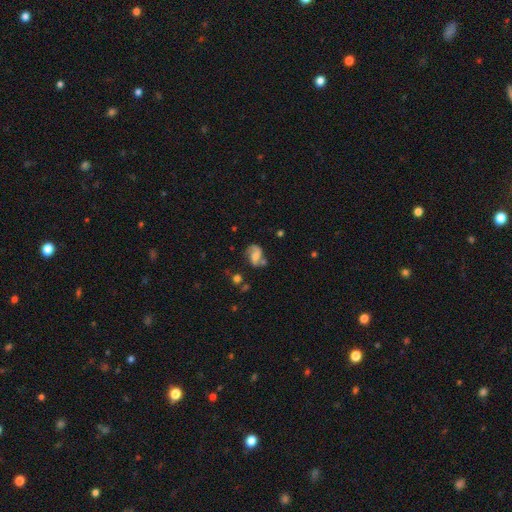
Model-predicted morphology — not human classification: smooth-or-featured: featured or disk: 65% | smooth: 25% | star or artifact: 10%
  disk-edge-on: no: 97% | yes: 3%
    bar: no: 45% | weak: 41% | strong: 14%
    has-spiral-arms: yes: 89% | no: 11%
      spiral-winding: loose: 48% | medium: 39% | tight: 13%
      spiral-arm-count: 2: 83% | 1: 8% | can't tell: 6% | 3: 1% | 4: 1% | more than 4: 1%
    bulge-size: moderate: 37% | small: 30% | none: 21% | large: 10% | dominant: 2%
  merging: none: 54% | minor disturbance: 22% | major disturbance: 12% | merger: 12%